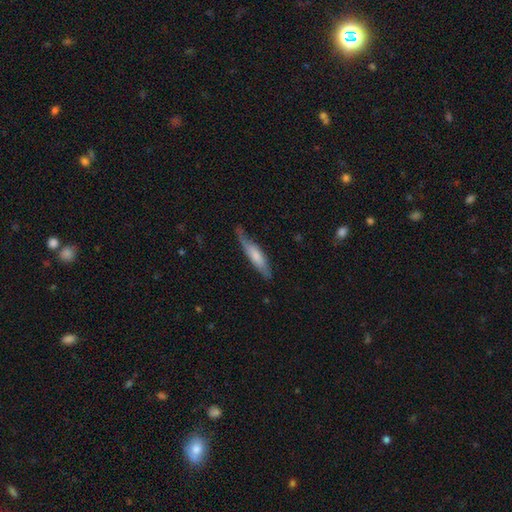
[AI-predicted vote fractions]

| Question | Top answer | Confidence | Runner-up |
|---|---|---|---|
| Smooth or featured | smooth | 57% | featured or disk (37%) |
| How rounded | cigar-shaped | 76% | in between (22%) |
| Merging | none | 57% | minor disturbance (31%) |